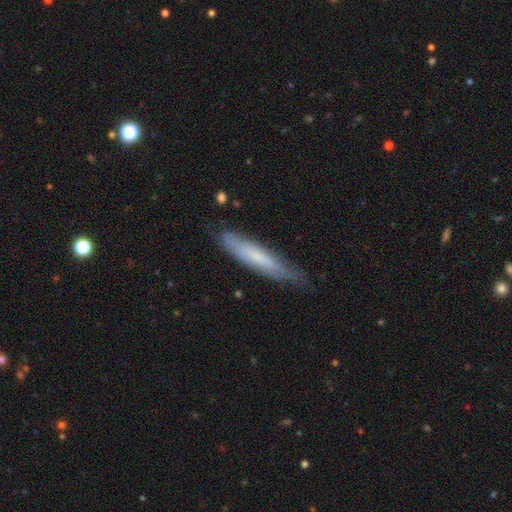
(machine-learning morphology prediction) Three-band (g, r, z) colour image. It shows a smooth galaxy with no disk features (56%) that is cigar-shaped (86%). Merging: none (71%).